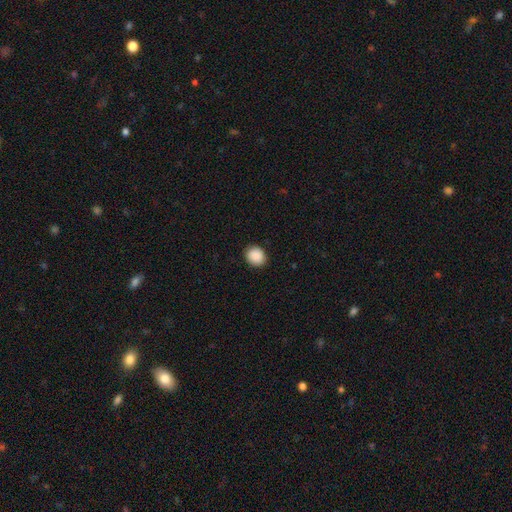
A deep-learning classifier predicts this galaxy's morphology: Overall: smooth (90%). How rounded: round (74%). Merging: none (90%).